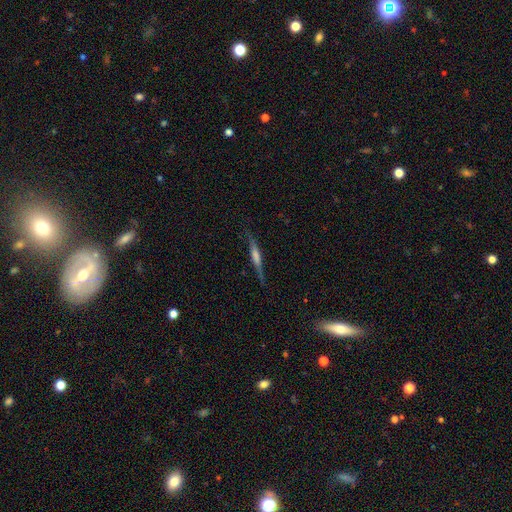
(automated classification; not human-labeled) Overall: featured or disk (62%; smooth 31%). Edge-on disk: yes (96%). Edge-on bulge: rounded (38%; boxy 32%). Merging: none (82%).